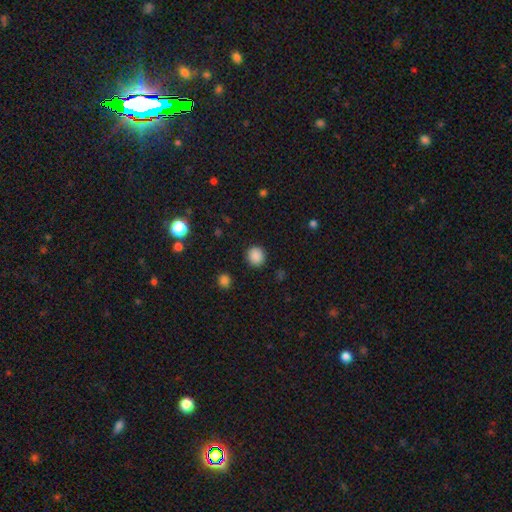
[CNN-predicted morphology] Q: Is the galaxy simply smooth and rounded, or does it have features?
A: smooth — 87%.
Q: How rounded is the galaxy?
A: round — 86%.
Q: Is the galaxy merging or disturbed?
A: none — 90%.